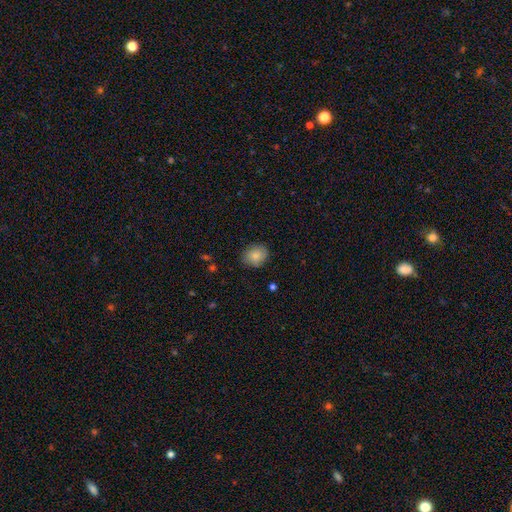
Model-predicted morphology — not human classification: Q: Smooth or featured?
A: smooth (79%); runner-up: featured or disk (13%)
Q: How rounded?
A: round (61%); runner-up: in between (38%)
Q: Merging?
A: none (80%); runner-up: minor disturbance (15%)